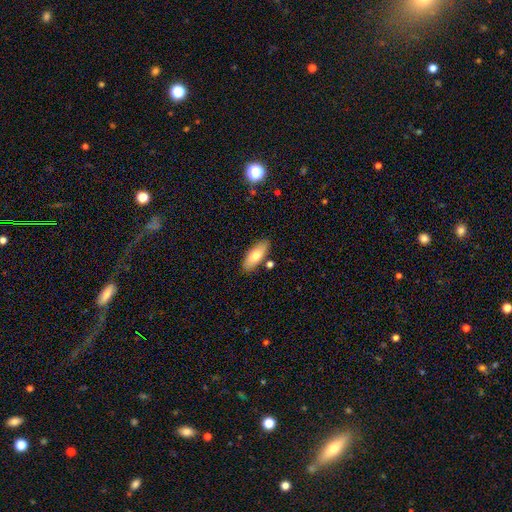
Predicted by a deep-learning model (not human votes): This appears to be a smooth galaxy with no disk features (71%) that is in between round and cigar-shaped (78%). Merging: none (82%).